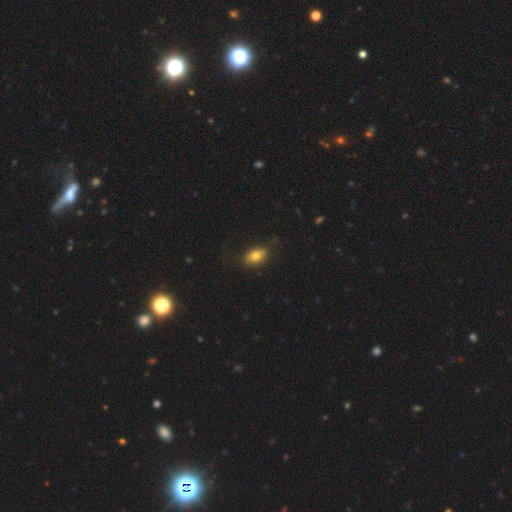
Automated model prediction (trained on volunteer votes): Q: Smooth or featured?
A: smooth (79%); runner-up: featured or disk (12%)
Q: How rounded?
A: in between (86%); runner-up: round (10%)
Q: Merging?
A: none (82%); runner-up: minor disturbance (14%)